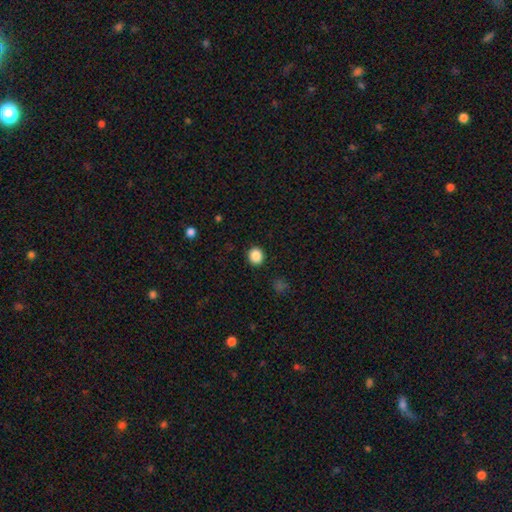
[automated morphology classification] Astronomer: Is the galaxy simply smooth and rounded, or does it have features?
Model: smooth — 87%.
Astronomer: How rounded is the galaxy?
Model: round — 84%.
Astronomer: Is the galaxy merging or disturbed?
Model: none — 92%.